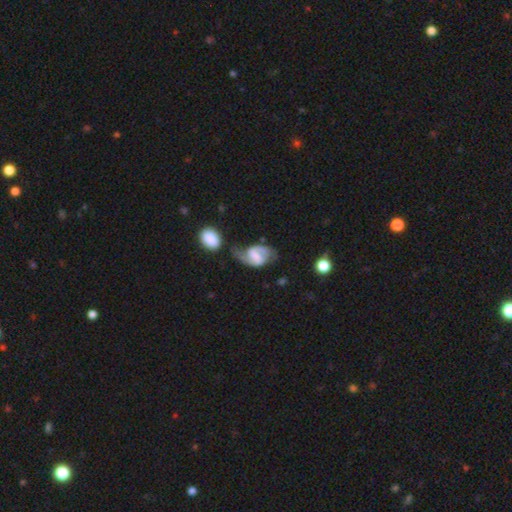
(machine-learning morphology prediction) Q: Smooth or featured?
A: featured or disk (78%); runner-up: smooth (16%)
Q: Edge-on disk?
A: no (97%); runner-up: yes (3%)
Q: Bar?
A: weak (44%); runner-up: strong (42%)
Q: Spiral arms?
A: yes (92%); runner-up: no (8%)
Q: Spiral winding?
A: medium (49%); runner-up: loose (33%)
Q: Spiral arm count?
A: 2 (87%); runner-up: 1 (5%)
Q: Bulge size?
A: small (32%); runner-up: none (30%)
Q: Merging?
A: none (46%); runner-up: minor disturbance (23%)